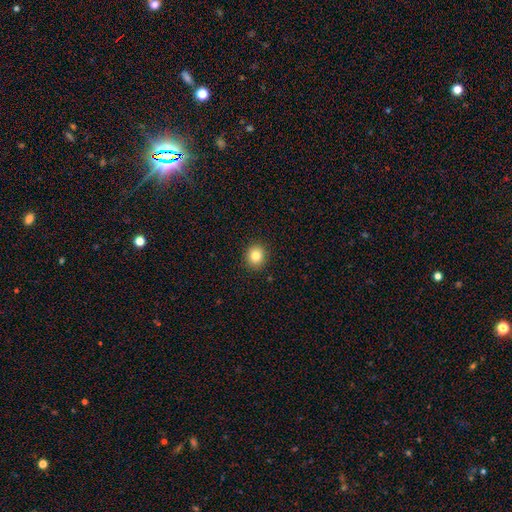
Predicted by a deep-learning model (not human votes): This is clearly a smooth galaxy (82%). How rounded: clearly round (84%). Merging: clearly none (91%).